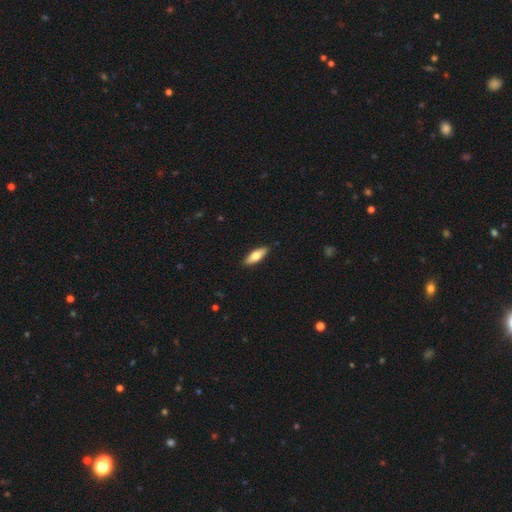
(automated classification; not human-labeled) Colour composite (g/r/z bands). It shows a smooth galaxy with no disk features (68%) that is in between round and cigar-shaped (59%). Merging: none (90%).